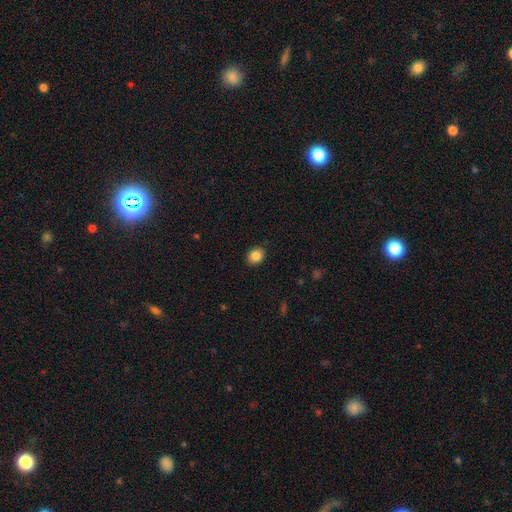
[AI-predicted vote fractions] A smooth galaxy with no disk features (86%) that is round (50%).

Vote fractions:
- Smooth or featured? smooth: 86% / star or artifact: 9% / featured or disk: 5%
- How rounded? round: 50% / in between: 49% / cigar-shaped: 1%
- Merging? none: 89% / minor disturbance: 8% / major disturbance: 2% / merger: 1%